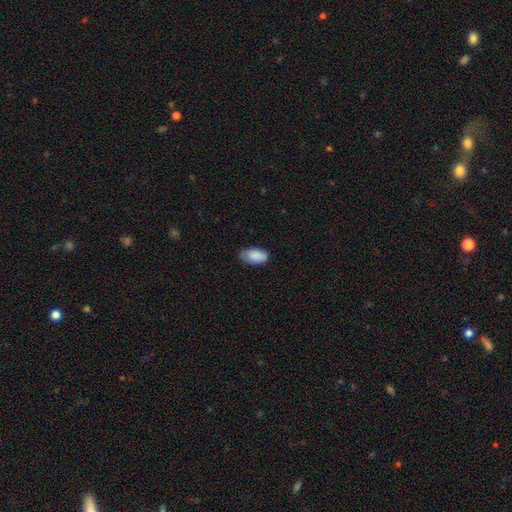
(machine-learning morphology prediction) A smooth galaxy with no disk features (87%) that is in between round and cigar-shaped (94%). Merging: none (70%).